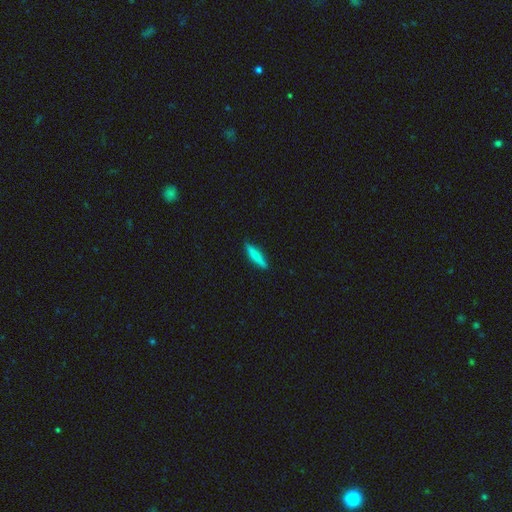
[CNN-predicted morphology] Smooth or featured? Predicted: smooth (p=0.76). How rounded? Predicted: cigar-shaped (p=0.87). Merging? Predicted: none (p=0.87).